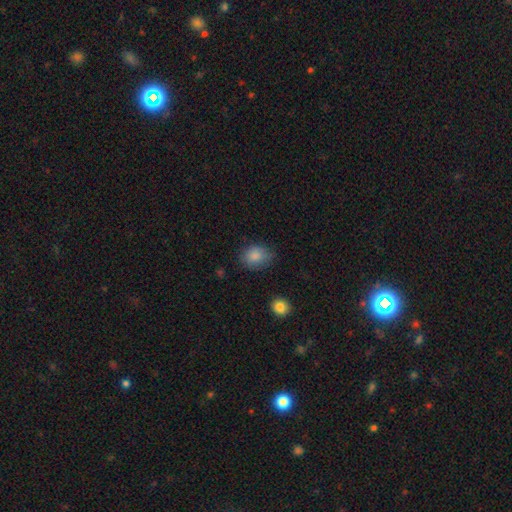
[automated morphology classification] smooth-or-featured: smooth: 86% | star or artifact: 9% | featured or disk: 6%
  how-rounded: in between: 50% | round: 49% | cigar-shaped: 1%
  merging: none: 70% | minor disturbance: 23% | major disturbance: 5% | merger: 2%